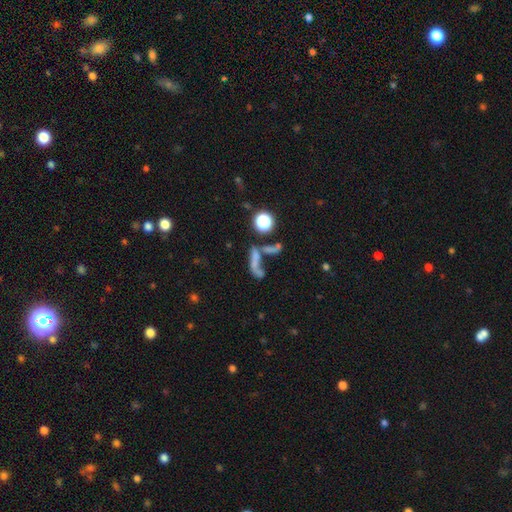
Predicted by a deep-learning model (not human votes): This appears to be a smooth galaxy with no disk features (44%). Merging: merger (42%).